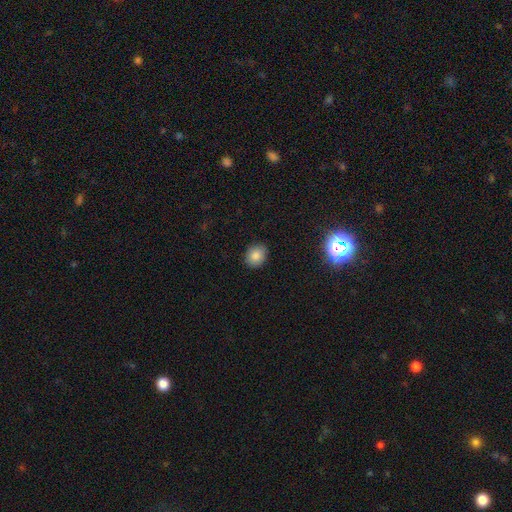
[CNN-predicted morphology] Q: Smooth or featured?
A: smooth (84%); runner-up: star or artifact (10%)
Q: How rounded?
A: round (63%); runner-up: in between (36%)
Q: Merging?
A: none (89%); runner-up: minor disturbance (8%)